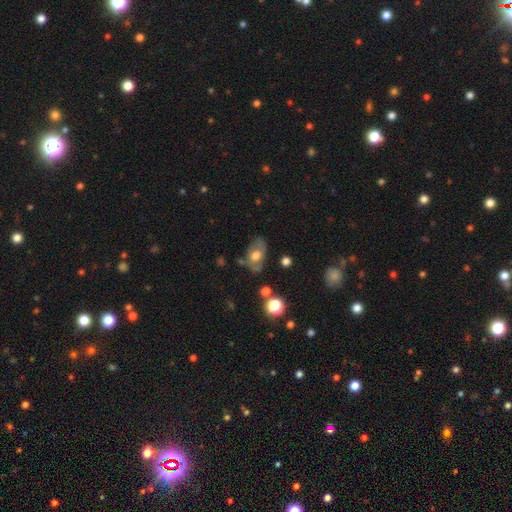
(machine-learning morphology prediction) This is possibly a smooth galaxy (50%). How rounded: clearly in between (85%). Merging: possibly none (58%).